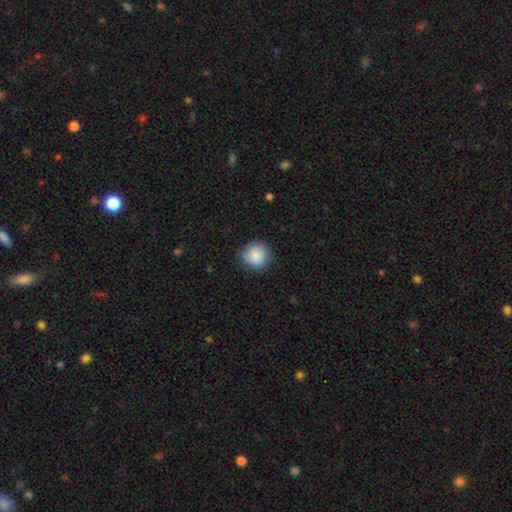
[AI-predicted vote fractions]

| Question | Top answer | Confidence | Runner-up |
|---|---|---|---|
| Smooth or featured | smooth | 84% | featured or disk (8%) |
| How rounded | round | 89% | in between (10%) |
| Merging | none | 77% | minor disturbance (18%) |